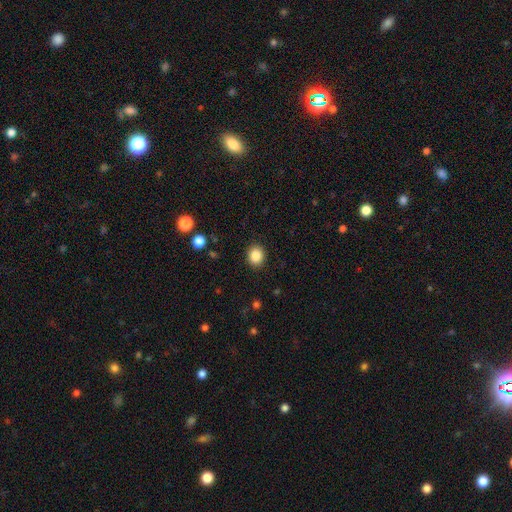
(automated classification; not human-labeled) smooth_or_featured: smooth (p=0.86) [alt: star or artifact p=0.10]
how_rounded: round (p=0.69) [alt: in between p=0.31]
merging: none (p=0.91) [alt: minor disturbance p=0.06]